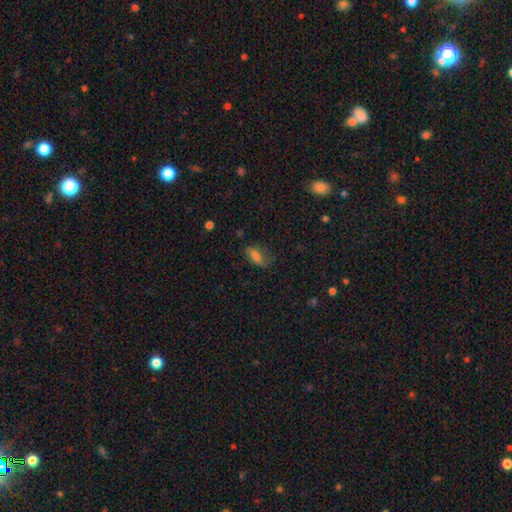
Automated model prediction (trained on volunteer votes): Smooth or featured? smooth (69%)
How rounded? in between (82%)
Merging? none (59%)